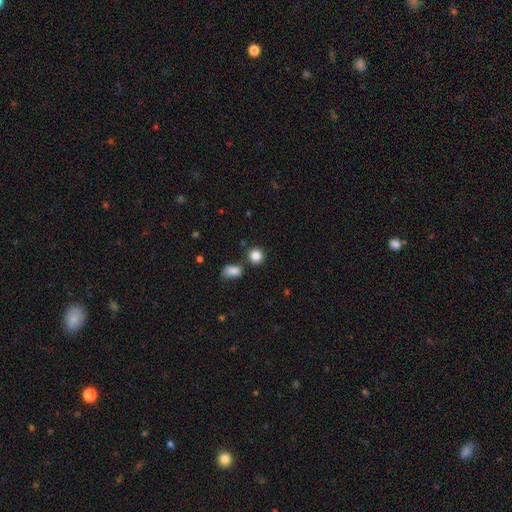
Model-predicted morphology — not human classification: This appears to be a smooth galaxy with no disk features (85%) that is round (85%). Merging: none (76%).